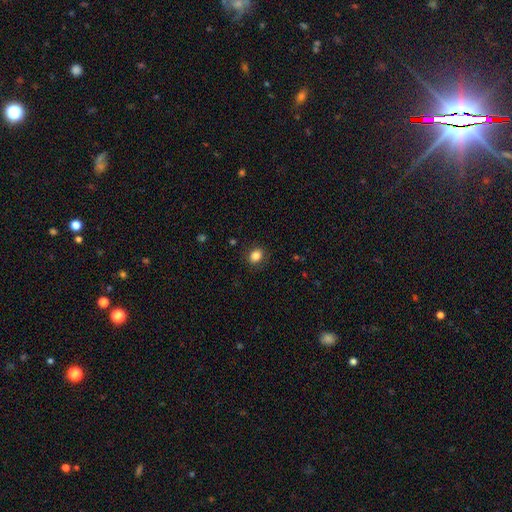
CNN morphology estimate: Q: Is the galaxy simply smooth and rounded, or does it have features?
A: smooth — 84%.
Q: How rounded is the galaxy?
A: round — 54%.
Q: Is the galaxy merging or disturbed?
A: none — 86%.